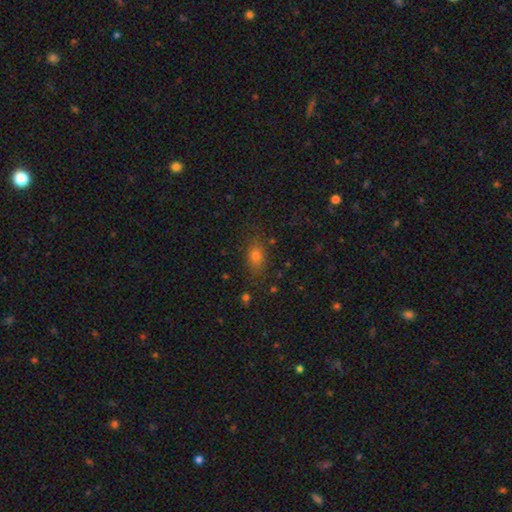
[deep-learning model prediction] Q: Smooth or featured?
A: smooth (71%); runner-up: star or artifact (20%)
Q: How rounded?
A: in between (70%); runner-up: round (26%)
Q: Merging?
A: none (80%); runner-up: minor disturbance (13%)